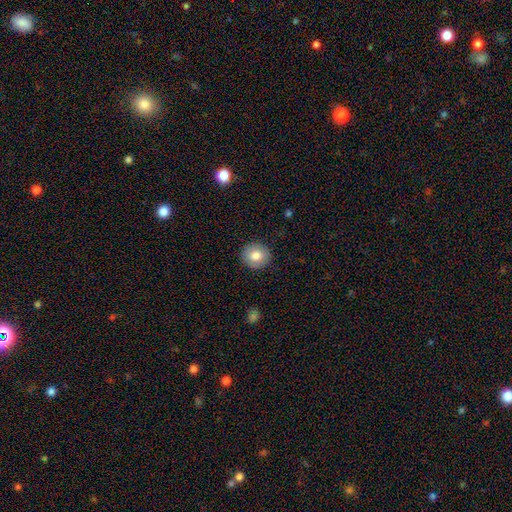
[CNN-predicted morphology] This appears to be a smooth galaxy with no disk features (79%) that is round (85%). Merging: none (89%).